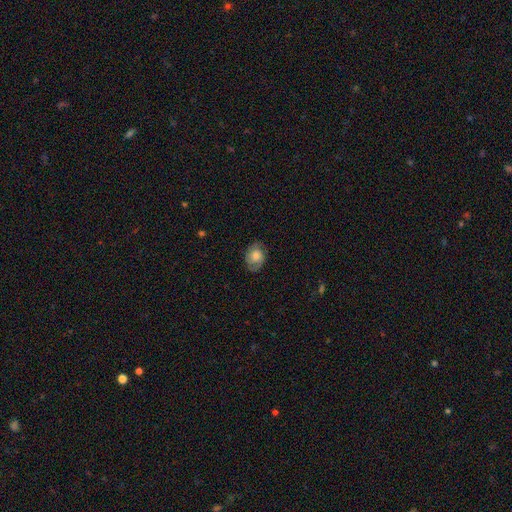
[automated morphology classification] The model was most divided on "smooth or featured": featured or disk: 47%, smooth: 45%, star or artifact: 8%. More confident: merging — none (75%).